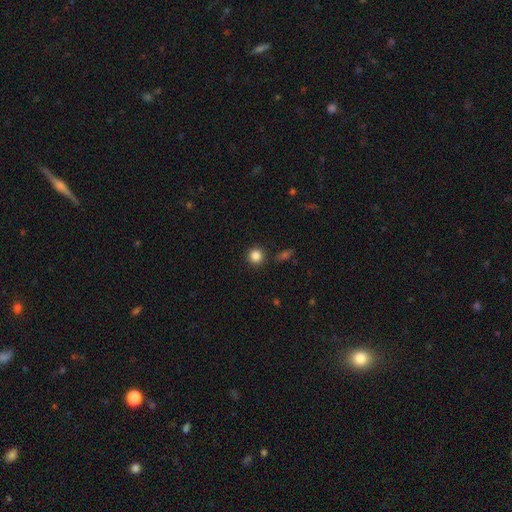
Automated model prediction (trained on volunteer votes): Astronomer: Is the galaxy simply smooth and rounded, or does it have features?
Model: smooth — 84%.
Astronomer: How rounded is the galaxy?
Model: round — 93%.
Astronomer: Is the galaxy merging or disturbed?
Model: none — 88%.